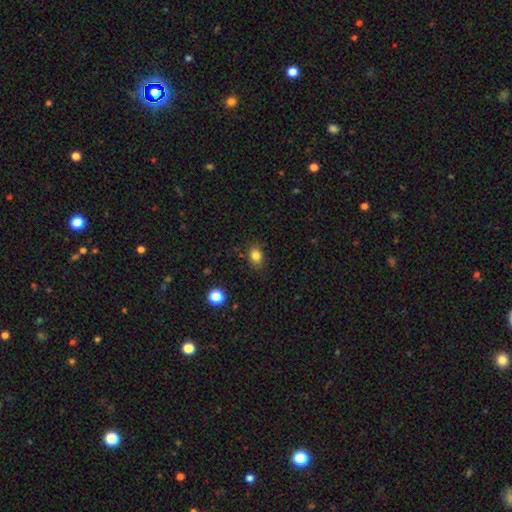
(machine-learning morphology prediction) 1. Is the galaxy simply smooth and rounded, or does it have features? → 83% smooth, 11% star or artifact, 5% featured or disk.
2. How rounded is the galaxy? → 63% in between, 36% round, 1% cigar-shaped.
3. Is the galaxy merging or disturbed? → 83% none, 13% minor disturbance, 3% major disturbance, 2% merger.